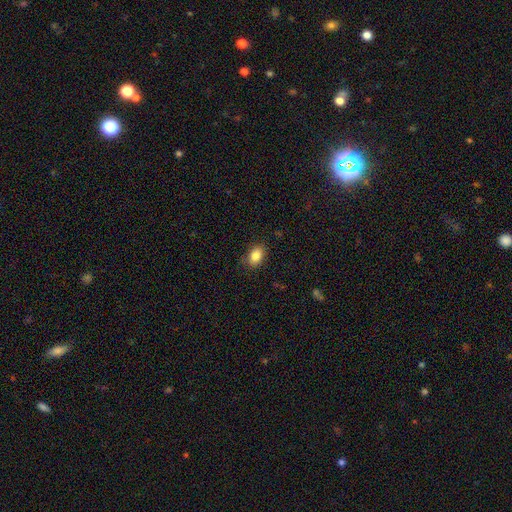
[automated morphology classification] type=smooth (86%); roundness=in between (85%); merging=none (83%).